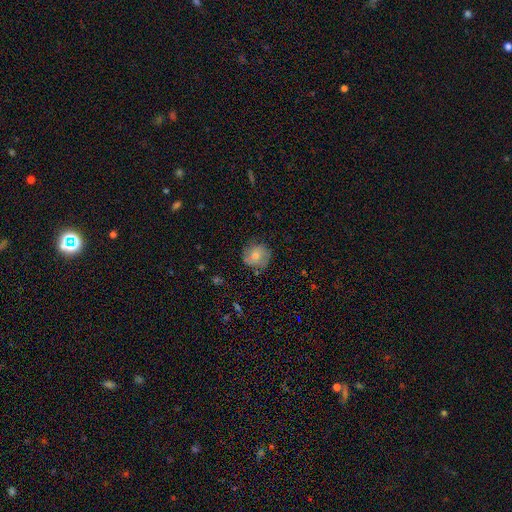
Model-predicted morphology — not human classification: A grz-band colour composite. It shows a smooth galaxy with no disk features (67%) that is round (87%). Merging: none (74%).